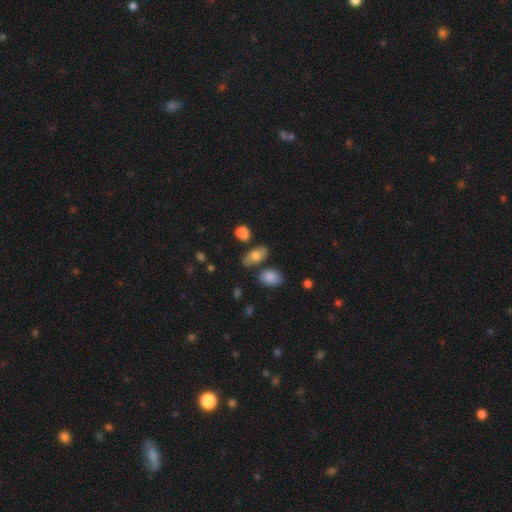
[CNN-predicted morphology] Smooth or featured? smooth (71%)
How rounded? in between (85%)
Merging? none (69%)